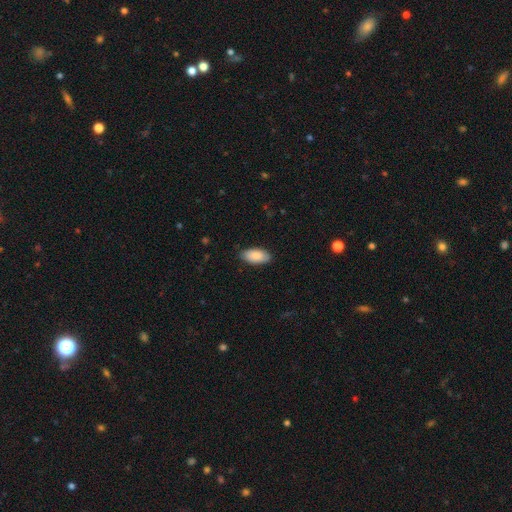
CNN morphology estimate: A smooth galaxy with no disk features (88%) that is in between round and cigar-shaped (93%).

Vote fractions:
- Smooth or featured? smooth: 88% / featured or disk: 7% / star or artifact: 6%
- How rounded? in between: 93% / cigar-shaped: 5% / round: 2%
- Merging? none: 85% / minor disturbance: 12% / major disturbance: 2% / merger: 1%